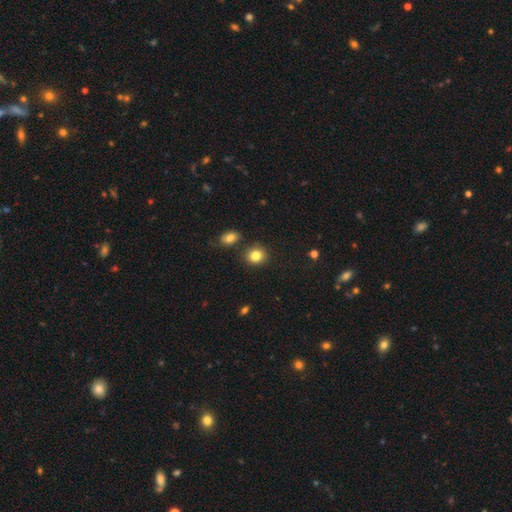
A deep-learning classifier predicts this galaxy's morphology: Q: Smooth or featured?
A: smooth (84%); runner-up: star or artifact (10%)
Q: How rounded?
A: round (77%); runner-up: in between (22%)
Q: Merging?
A: none (81%); runner-up: minor disturbance (9%)